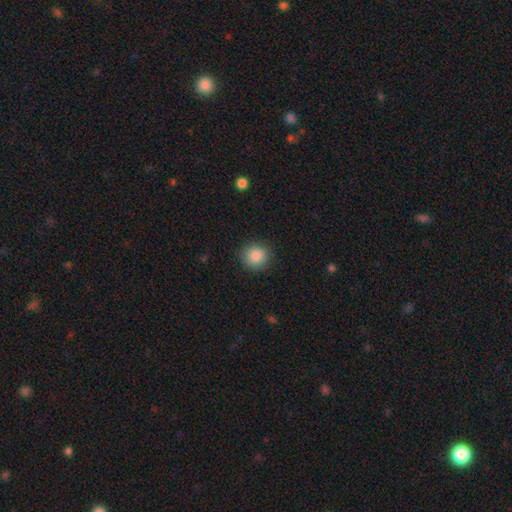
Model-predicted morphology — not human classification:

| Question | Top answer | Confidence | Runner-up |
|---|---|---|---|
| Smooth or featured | smooth | 87% | star or artifact (9%) |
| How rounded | round | 89% | in between (10%) |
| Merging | none | 88% | minor disturbance (8%) |